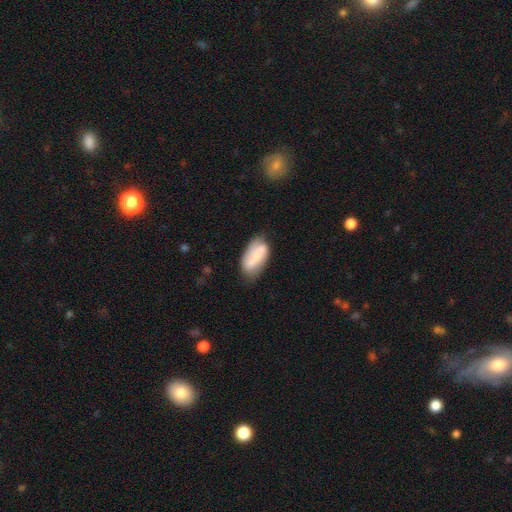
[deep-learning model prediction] Smooth or featured: smooth — 55% (featured or disk — 38%)
How rounded: in between — 91% (cigar-shaped — 5%)
Merging: none — 54% (minor disturbance — 29%)